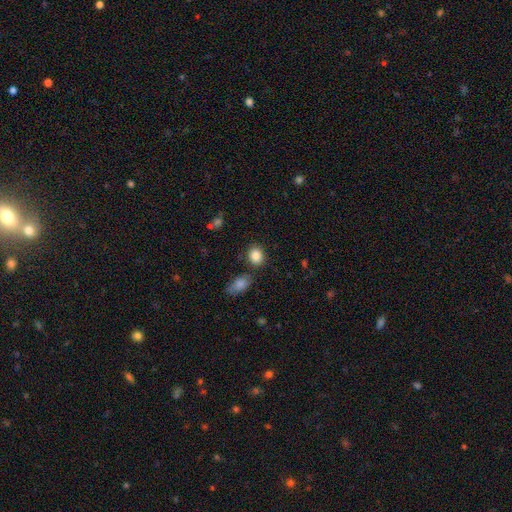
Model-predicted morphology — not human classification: This appears to be a smooth galaxy with no disk features (86%) that is round (55%). Merging: none (79%).